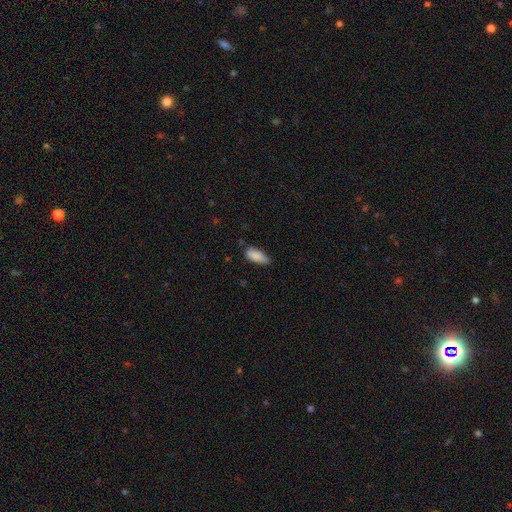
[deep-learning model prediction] smooth 86%, star or artifact 7%, featured or disk 7%. Down the decision tree: how rounded — in between (80%); merging — none (56%).